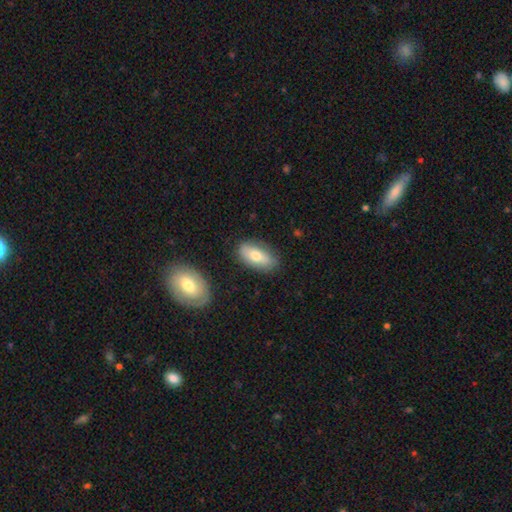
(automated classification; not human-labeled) smooth_or_featured: smooth (p=0.68) [alt: featured or disk p=0.25]
how_rounded: in between (p=0.90) [alt: cigar-shaped p=0.07]
merging: none (p=0.79) [alt: minor disturbance p=0.14]